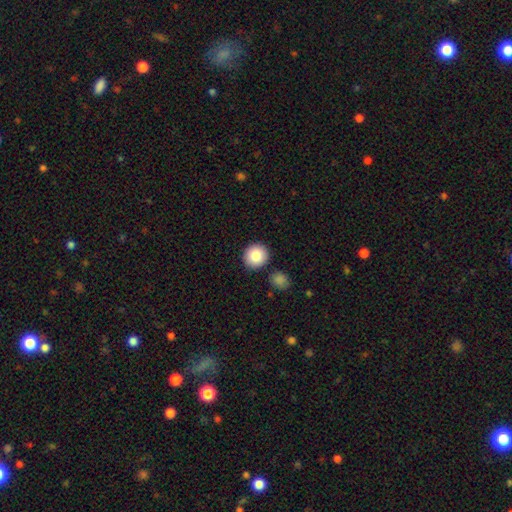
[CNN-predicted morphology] Smooth or featured: smooth — 86% (star or artifact — 8%)
How rounded: round — 90% (in between — 9%)
Merging: none — 86% (minor disturbance — 7%)